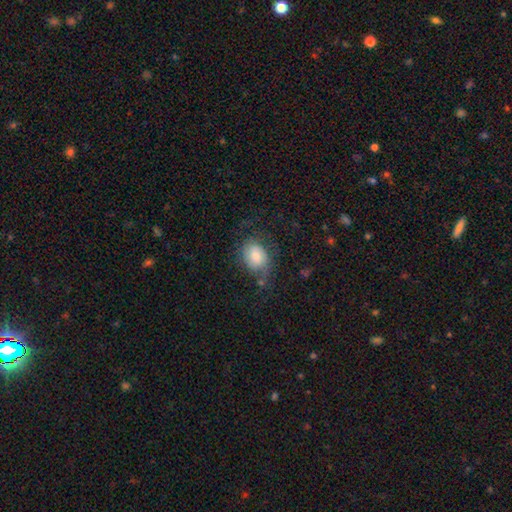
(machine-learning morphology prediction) Q: Smooth or featured?
A: smooth (65%); runner-up: featured or disk (25%)
Q: How rounded?
A: in between (54%); runner-up: round (45%)
Q: Merging?
A: none (55%); runner-up: minor disturbance (25%)